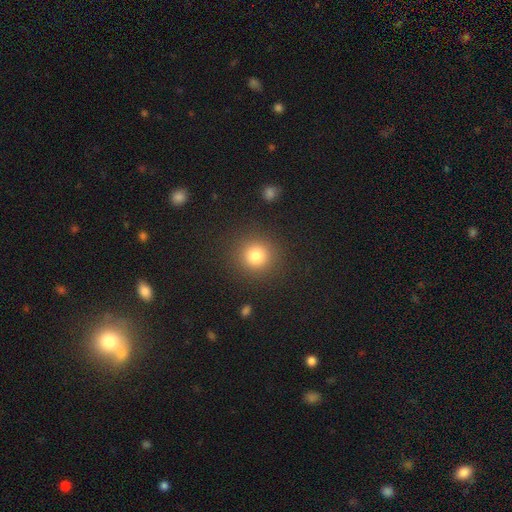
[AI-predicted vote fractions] Smooth or featured? smooth (80%)
How rounded? round (92%)
Merging? none (88%)